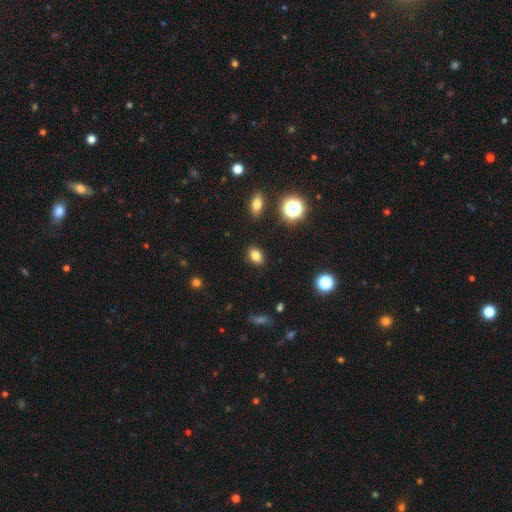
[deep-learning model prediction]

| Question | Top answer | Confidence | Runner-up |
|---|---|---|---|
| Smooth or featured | smooth | 79% | star or artifact (13%) |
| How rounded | in between | 82% | round (16%) |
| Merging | none | 88% | minor disturbance (9%) |